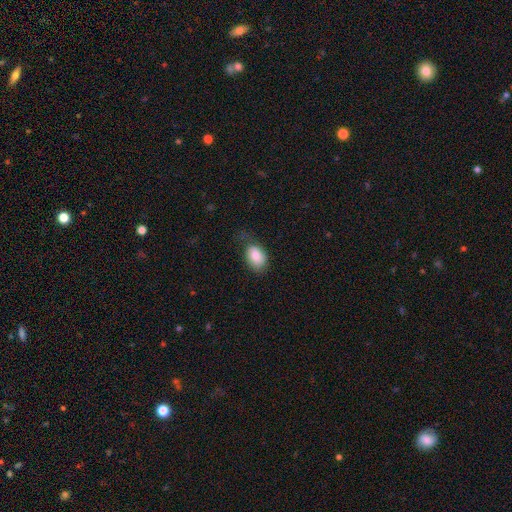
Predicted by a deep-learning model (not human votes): The model was most divided on "merging": none: 57%, minor disturbance: 29%, major disturbance: 13%, merger: 1%. More confident: how rounded — in between (83%); smooth or featured — smooth (81%).